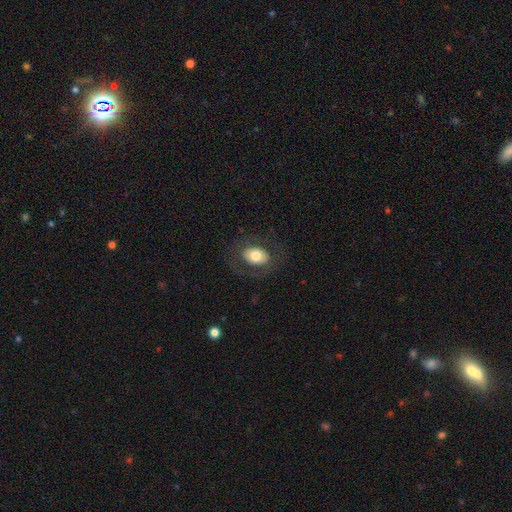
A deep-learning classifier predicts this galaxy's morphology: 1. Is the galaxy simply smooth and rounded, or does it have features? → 67% smooth, 25% featured or disk, 8% star or artifact.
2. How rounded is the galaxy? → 71% in between, 27% round, 1% cigar-shaped.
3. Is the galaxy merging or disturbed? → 77% none, 12% minor disturbance, 9% major disturbance, 1% merger.